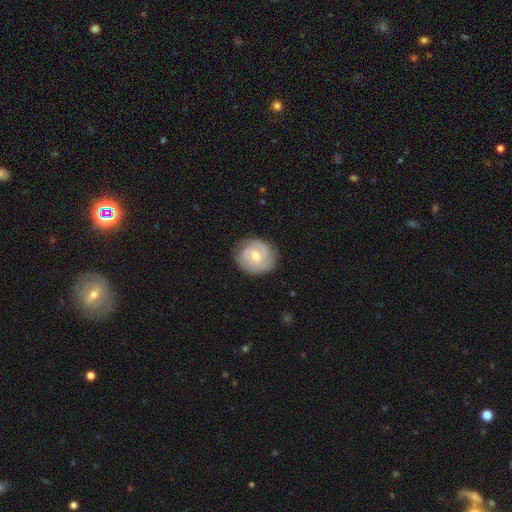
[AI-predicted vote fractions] Morphology: type=featured or disk (67%); edge-on=no (97%); bar=no (63%); spiral arms=yes (85%); winding=tight (63%); arm count=2 (43%); bulge=moderate (70%); merging=none (78%).